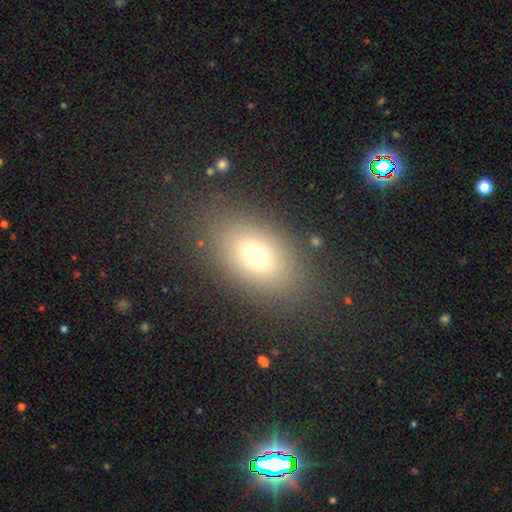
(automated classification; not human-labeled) A smooth galaxy with no disk features (71%) that is in between round and cigar-shaped (82%). Merging: none (84%).